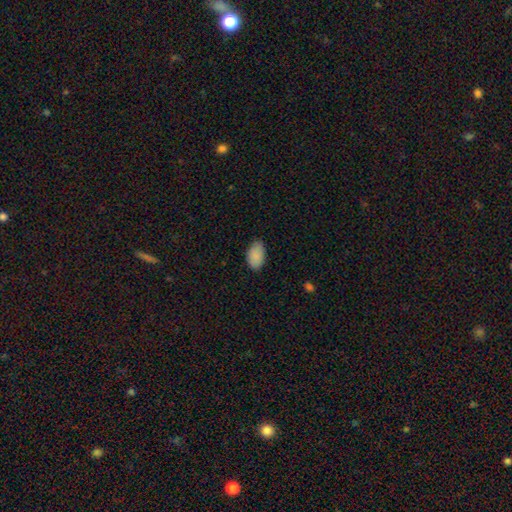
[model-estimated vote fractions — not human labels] Smooth or featured? smooth (88%)
How rounded? in between (93%)
Merging? none (76%)